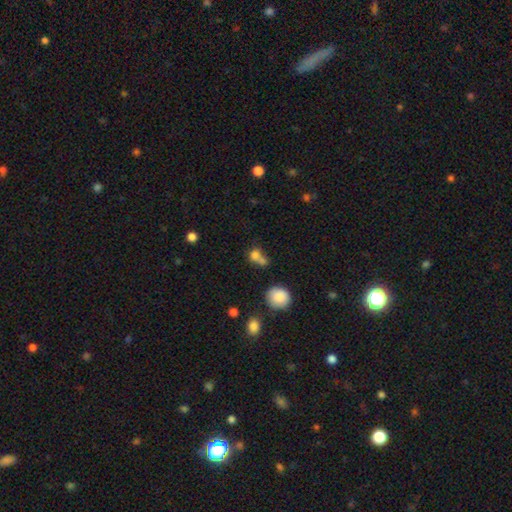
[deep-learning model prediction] Q: Smooth or featured?
A: smooth (76%); runner-up: star or artifact (13%)
Q: How rounded?
A: round (70%); runner-up: in between (28%)
Q: Merging?
A: merger (49%); runner-up: none (34%)